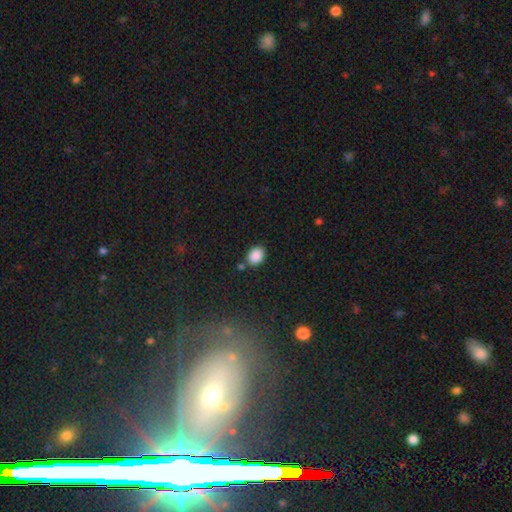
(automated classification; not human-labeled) Overall: smooth (88%). How rounded: in between (66%; round 33%). Merging: none (79%).